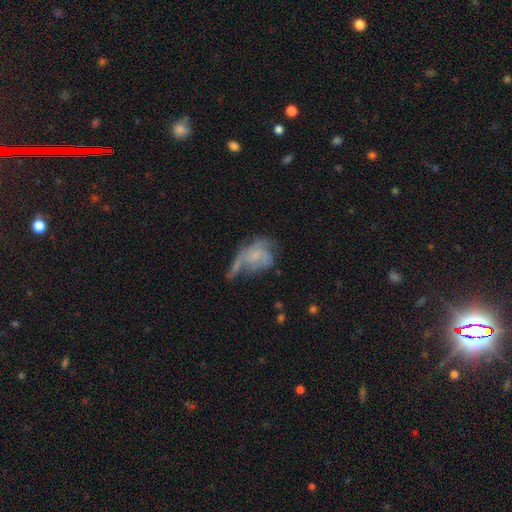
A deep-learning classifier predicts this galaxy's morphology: Smooth or featured? featured or disk (54%)
Edge-on disk? no (96%)
Bar? no (78%)
Spiral arms? yes (56%)
Bulge size? none (52%)
Merging? major disturbance (42%)